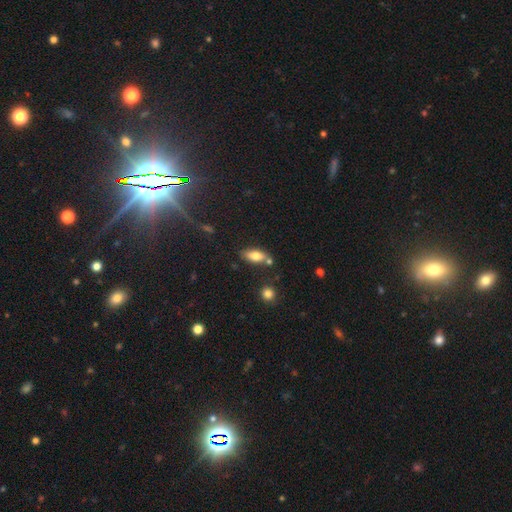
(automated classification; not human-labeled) Overall: smooth (76%). How rounded: in between (81%). Merging: none (71%).